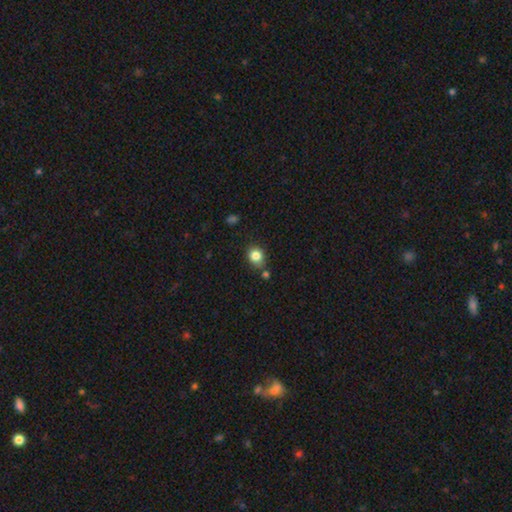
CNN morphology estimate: type=smooth (84%); roundness=round (74%); merging=none (74%).